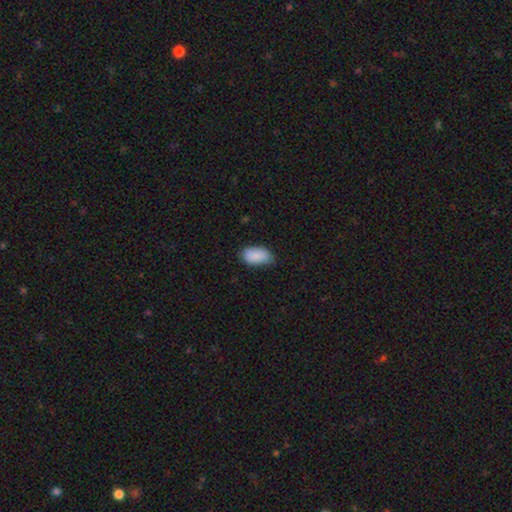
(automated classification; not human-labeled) Smooth or featured: smooth — 88% (star or artifact — 7%)
How rounded: in between — 94% (round — 4%)
Merging: none — 71% (minor disturbance — 24%)